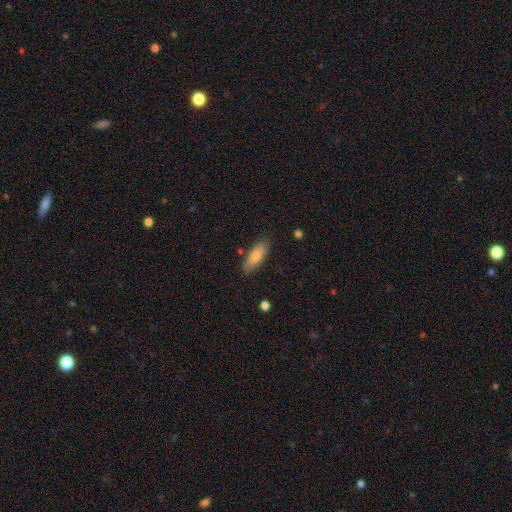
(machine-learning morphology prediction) This appears to be a smooth galaxy with no disk features (76%) that is in between round and cigar-shaped (73%). Merging: none (82%).